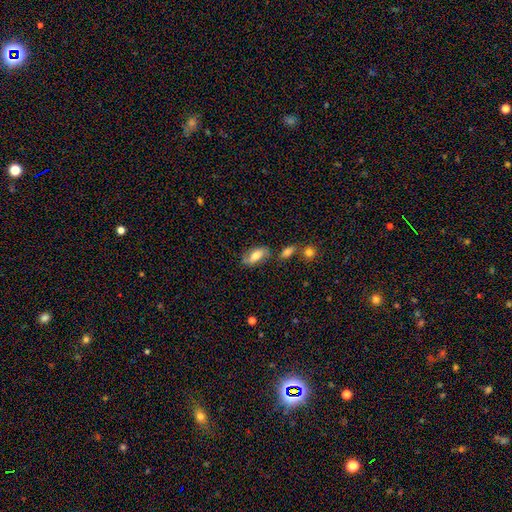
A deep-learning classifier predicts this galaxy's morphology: The model was most divided on "smooth or featured": smooth: 56%, featured or disk: 36%, star or artifact: 8%. More confident: how rounded — in between (87%); merging — none (67%).